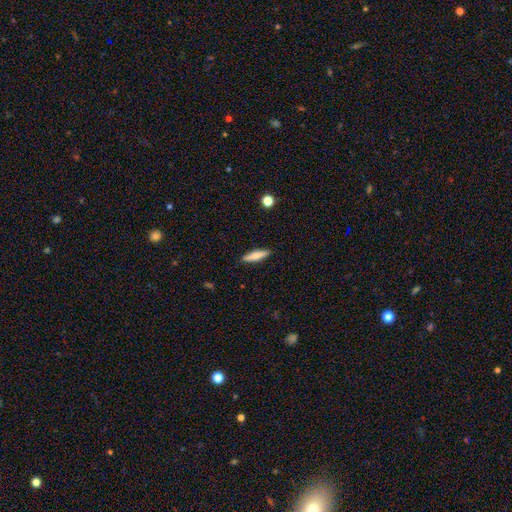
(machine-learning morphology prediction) Smooth or featured? Predicted: smooth (p=0.75). How rounded? Predicted: cigar-shaped (p=0.77). Merging? Predicted: none (p=0.90).